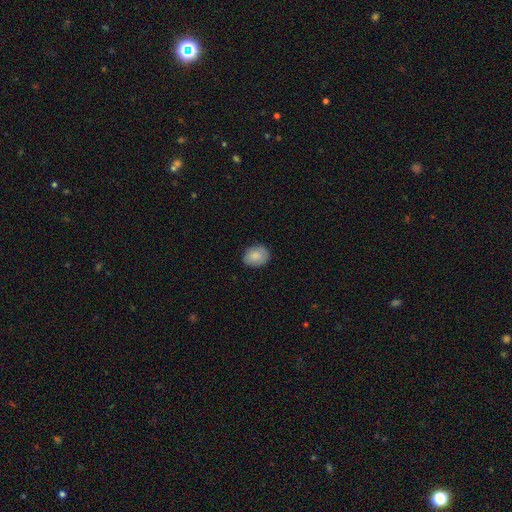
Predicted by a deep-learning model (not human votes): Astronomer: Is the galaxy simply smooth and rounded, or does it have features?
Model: smooth — 84%.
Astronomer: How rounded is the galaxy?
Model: in between — 56% (runner-up: round, 43%).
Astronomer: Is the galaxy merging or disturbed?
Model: none — 83%.